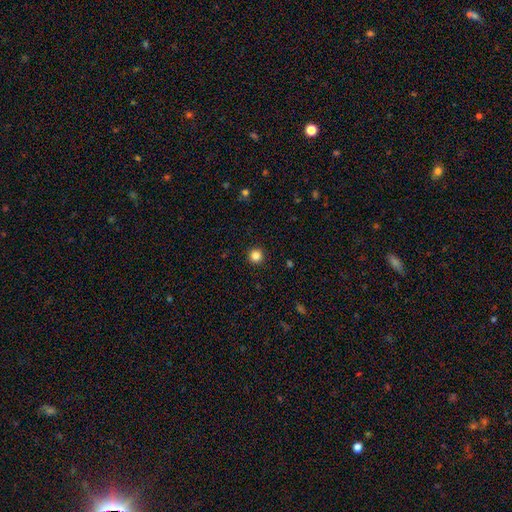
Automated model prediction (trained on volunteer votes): smooth-or-featured: smooth: 85% | star or artifact: 12% | featured or disk: 4%
  how-rounded: round: 96% | in between: 3% | cigar-shaped: 1%
  merging: none: 93% | minor disturbance: 4% | major disturbance: 2% | merger: 1%